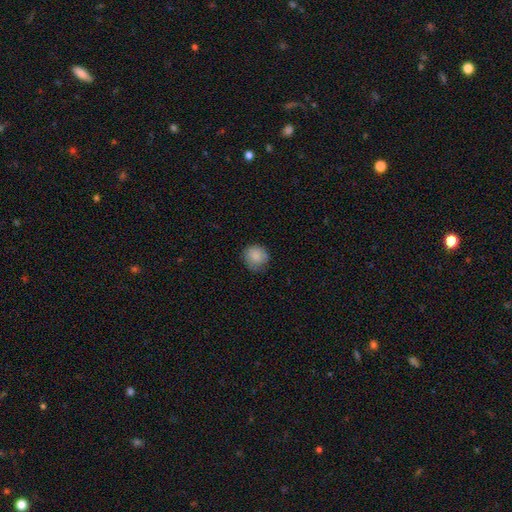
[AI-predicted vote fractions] smooth-or-featured: smooth: 87% | star or artifact: 8% | featured or disk: 6%
  how-rounded: round: 87% | in between: 12% | cigar-shaped: 1%
  merging: none: 79% | minor disturbance: 16% | major disturbance: 3% | merger: 1%